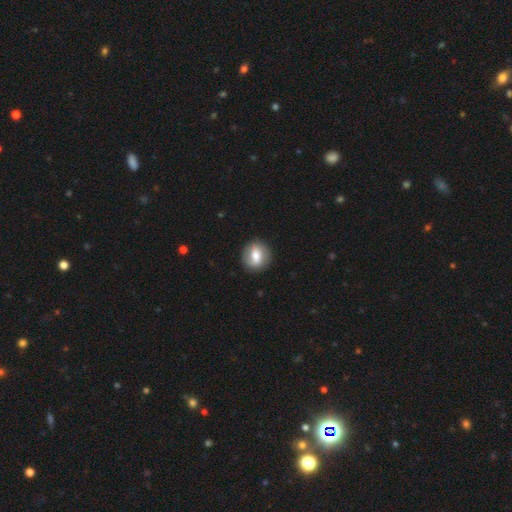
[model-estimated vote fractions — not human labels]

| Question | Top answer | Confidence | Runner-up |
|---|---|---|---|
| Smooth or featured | smooth | 55% | featured or disk (38%) |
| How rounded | round | 76% | in between (23%) |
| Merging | none | 87% | minor disturbance (9%) |